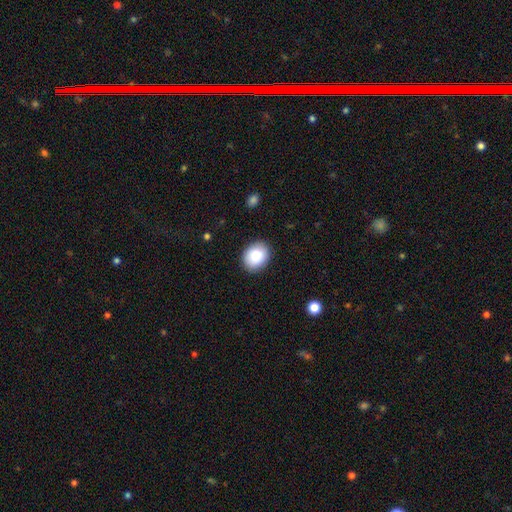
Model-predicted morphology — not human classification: Overall: smooth (84%). How rounded: in between (53%; round 47%). Merging: none (89%).